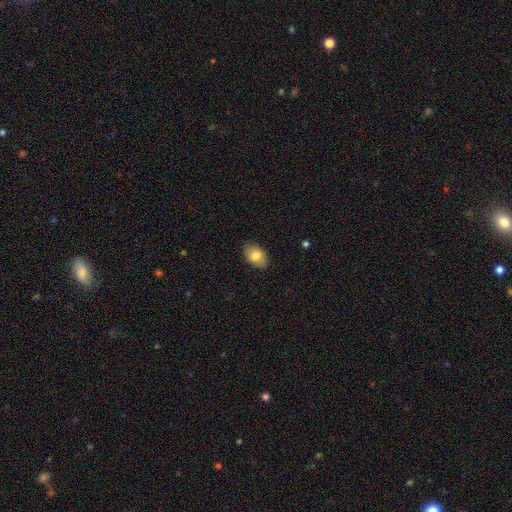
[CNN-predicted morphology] Smooth or featured: smooth — 80% (featured or disk — 13%)
How rounded: in between — 90% (round — 9%)
Merging: none — 87% (minor disturbance — 10%)